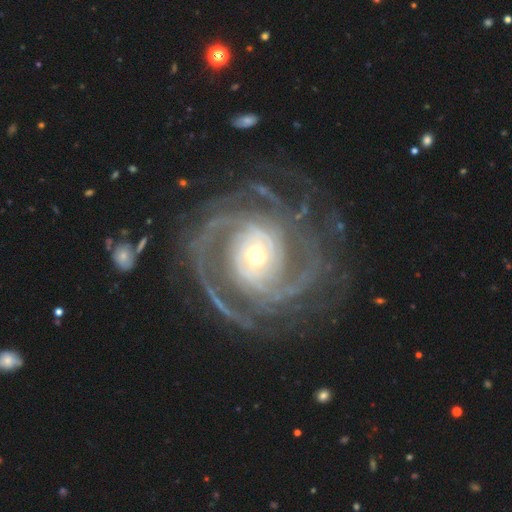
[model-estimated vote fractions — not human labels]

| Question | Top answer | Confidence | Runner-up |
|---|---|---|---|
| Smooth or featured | featured or disk | 92% | star or artifact (5%) |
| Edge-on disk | no | 98% | yes (2%) |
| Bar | no | 62% | weak (24%) |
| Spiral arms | yes | 98% | no (2%) |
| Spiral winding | tight | 63% | medium (30%) |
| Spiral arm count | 2 | 27% | 3 (22%) |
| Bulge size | moderate | 57% | small (32%) |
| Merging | none | 73% | minor disturbance (15%) |